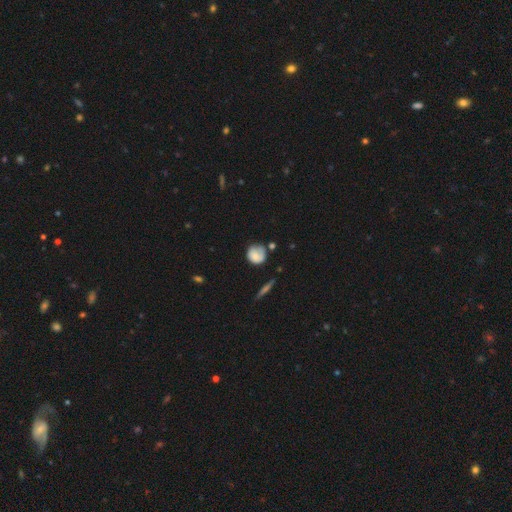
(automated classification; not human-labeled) This is likely a smooth galaxy (66%). How rounded: clearly round (82%). Merging: possibly none (56%).